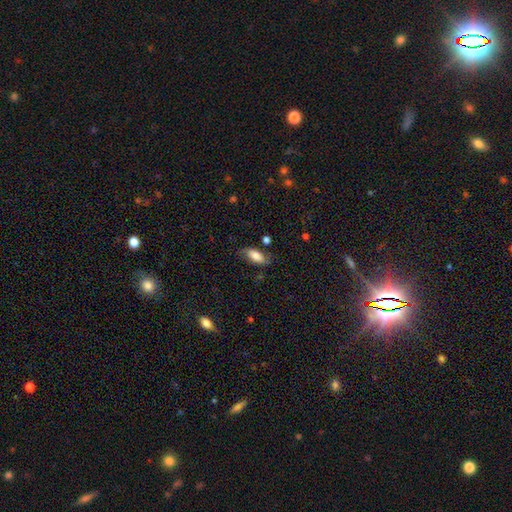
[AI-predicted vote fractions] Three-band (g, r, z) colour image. It shows a smooth galaxy with no disk features (74%) that is in between round and cigar-shaped (85%). Merging: none (69%).